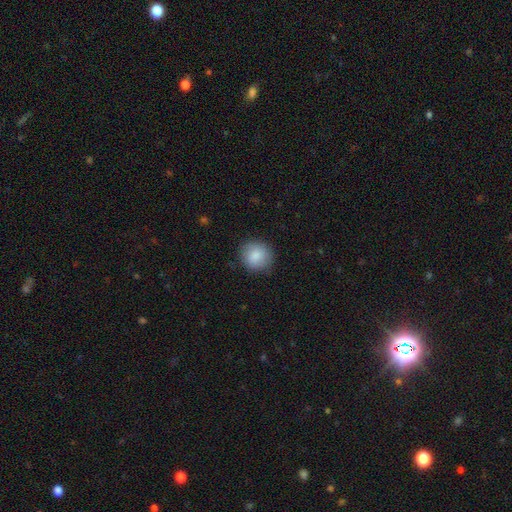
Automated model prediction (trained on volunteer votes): Morphology: type=smooth (87%); roundness=round (90%); merging=none (87%).